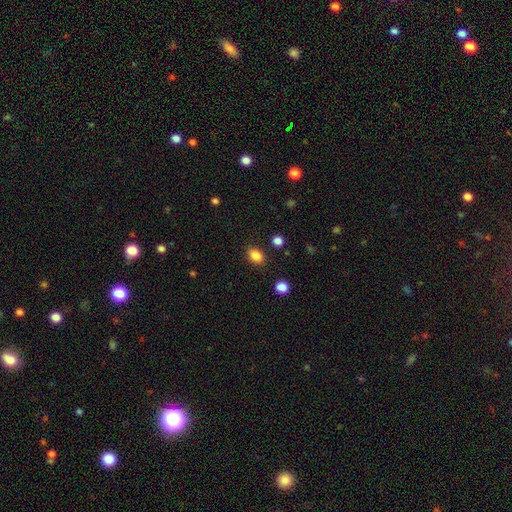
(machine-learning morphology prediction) This is clearly a smooth galaxy (86%). How rounded: likely in between (76%). Merging: clearly none (86%).